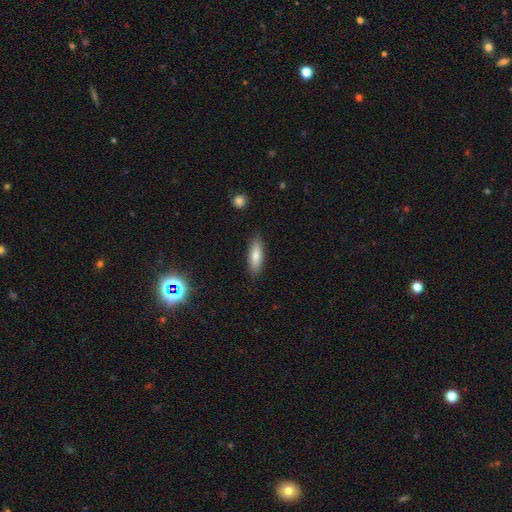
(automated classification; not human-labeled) Smooth or featured? smooth (80%)
How rounded? in between (49%, tied with cigar-shaped)
Merging? none (86%)